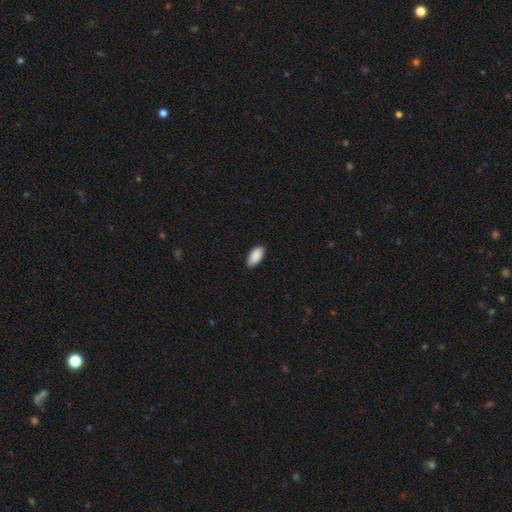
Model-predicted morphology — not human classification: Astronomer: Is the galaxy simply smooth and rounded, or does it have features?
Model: smooth — 91%.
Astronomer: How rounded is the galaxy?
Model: in between — 93%.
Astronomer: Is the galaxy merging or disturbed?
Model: none — 88%.